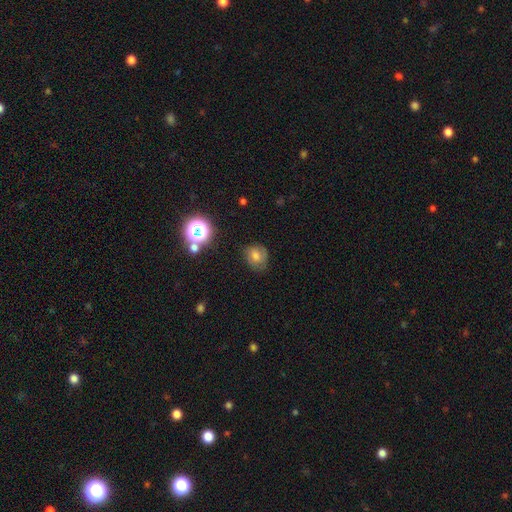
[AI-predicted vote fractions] smooth_or_featured: smooth (p=0.66) [alt: featured or disk p=0.19]
how_rounded: round (p=0.60) [alt: in between p=0.39]
merging: none (p=0.68) [alt: minor disturbance p=0.23]